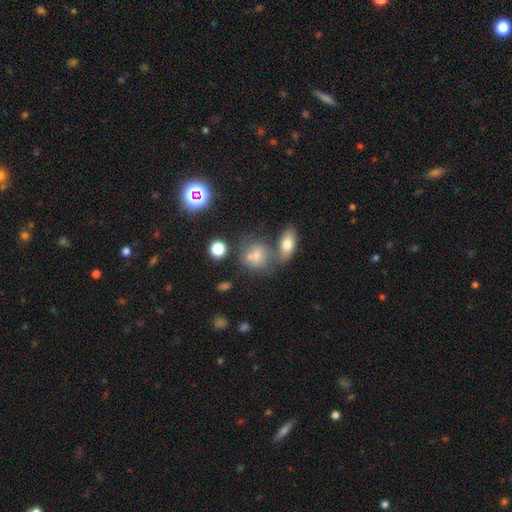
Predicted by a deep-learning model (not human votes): Smooth or featured? smooth (66%)
How rounded? round (67%)
Merging? merger (42%)